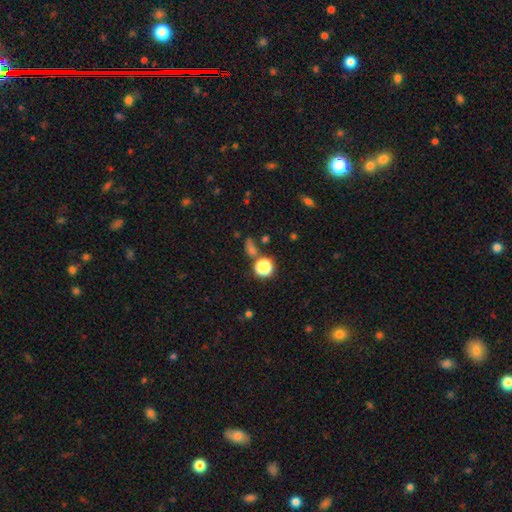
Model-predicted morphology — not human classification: Smooth or featured: star or artifact — 55% (smooth — 34%)